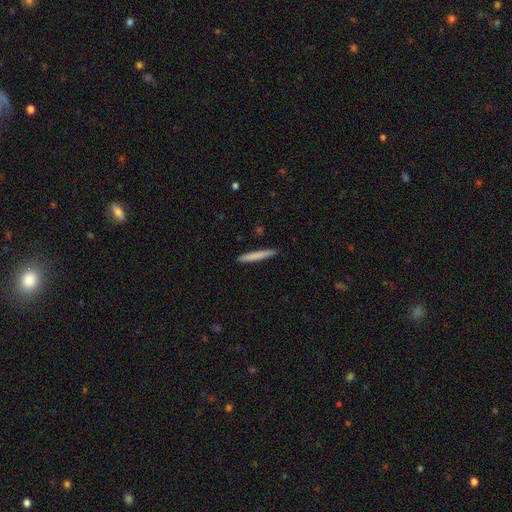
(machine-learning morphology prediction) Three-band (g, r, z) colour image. It shows a smooth galaxy with no disk features (77%) that is cigar-shaped (96%). Merging: none (89%).